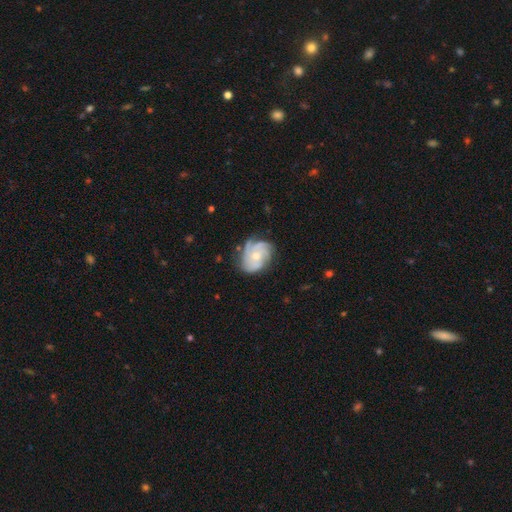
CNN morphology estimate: smooth_or_featured: featured or disk (p=0.77) [alt: smooth p=0.16]
disk_edge_on: no (p=0.97) [alt: yes p=0.03]
bar: no (p=0.78) [alt: weak p=0.19]
has_spiral_arms: yes (p=0.93) [alt: no p=0.07]
spiral_winding: tight (p=0.55) [alt: medium p=0.34]
spiral_arm_count: 3 (p=0.32) [alt: can't tell p=0.24]
bulge_size: small (p=0.50) [alt: moderate p=0.45]
merging: none (p=0.65) [alt: minor disturbance p=0.23]